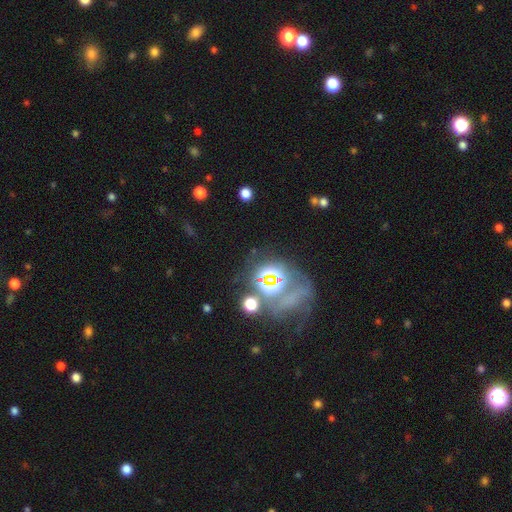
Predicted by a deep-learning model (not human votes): This is likely a star or artifact rather than a galaxy (75%).